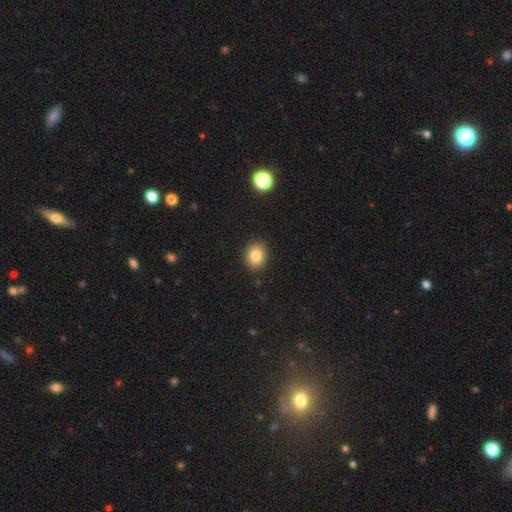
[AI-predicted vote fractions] smooth-or-featured: smooth: 83% | star or artifact: 10% | featured or disk: 7%
  how-rounded: round: 54% | in between: 45% | cigar-shaped: 1%
  merging: none: 89% | minor disturbance: 8% | major disturbance: 2% | merger: 1%